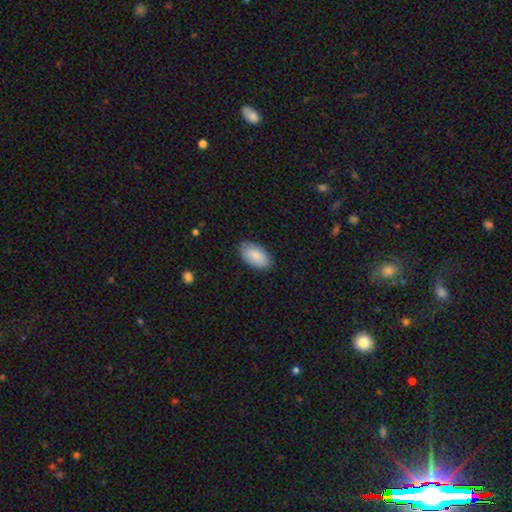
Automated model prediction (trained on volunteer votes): This appears to be a smooth galaxy with no disk features (85%) that is in between round and cigar-shaped (95%). Merging: none (85%).